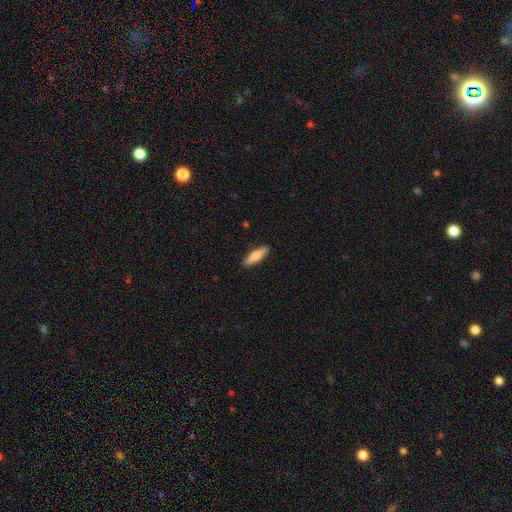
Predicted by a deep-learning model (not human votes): smooth 73%, featured or disk 22%, star or artifact 6%. Down the decision tree: how rounded — cigar-shaped (57%); merging — none (89%).